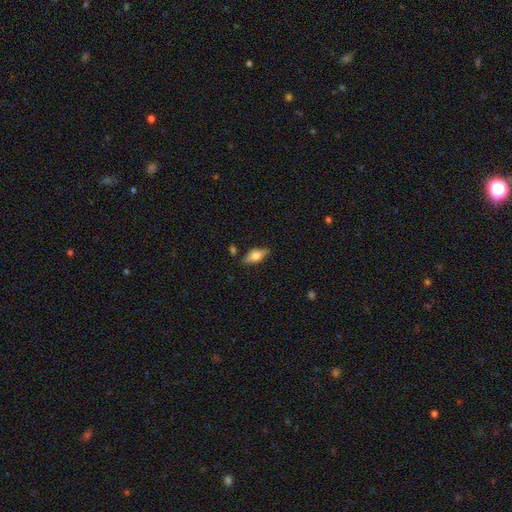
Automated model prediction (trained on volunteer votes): Q: Smooth or featured?
A: smooth (49%); runner-up: featured or disk (43%)
Q: Merging?
A: none (82%); runner-up: minor disturbance (13%)